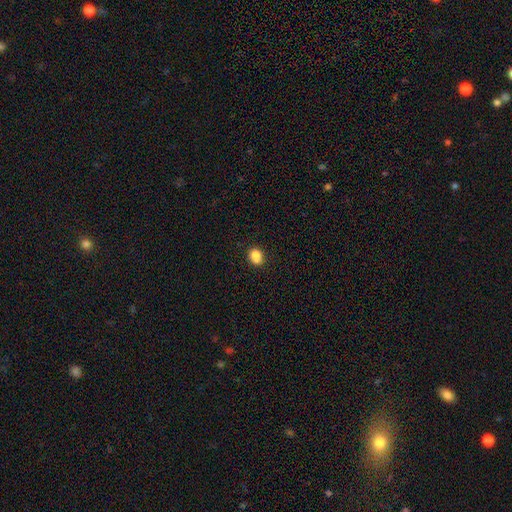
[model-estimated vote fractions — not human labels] Smooth or featured? Predicted: smooth (p=0.80). How rounded? Predicted: round (p=0.56). Merging? Predicted: none (p=0.56).